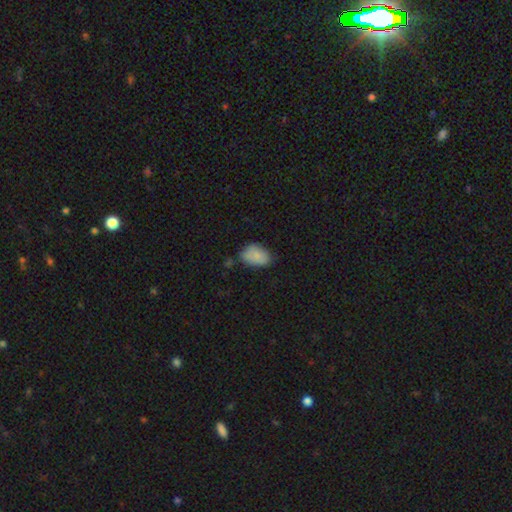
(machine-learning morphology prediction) smooth 84%, featured or disk 8%, star or artifact 8%. Down the decision tree: how rounded — in between (86%); merging — none (58%).